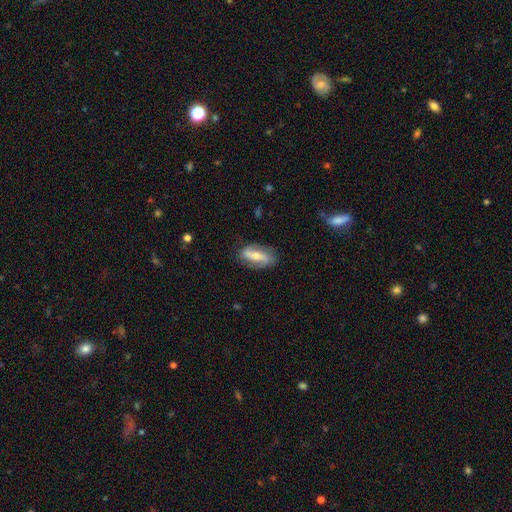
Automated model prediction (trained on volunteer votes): Smooth or featured? Predicted: featured or disk (p=0.62). Edge-on disk? Predicted: no (p=0.86). Bar? Predicted: strong (p=0.45). Spiral arms? Predicted: yes (p=0.80). Bulge size? Predicted: moderate (p=0.48). Merging? Predicted: none (p=0.79).